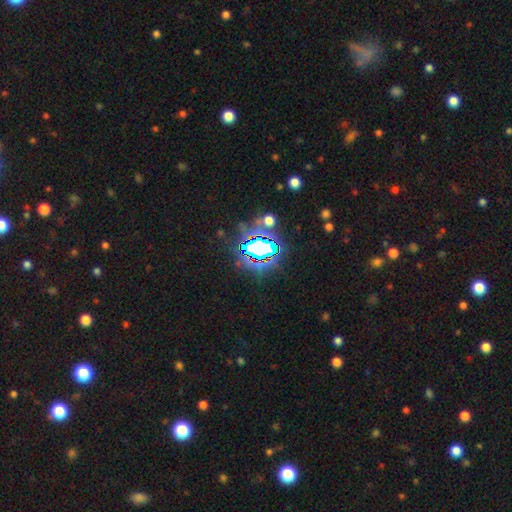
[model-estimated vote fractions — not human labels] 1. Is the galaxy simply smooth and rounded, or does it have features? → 80% star or artifact, 12% smooth, 8% featured or disk.